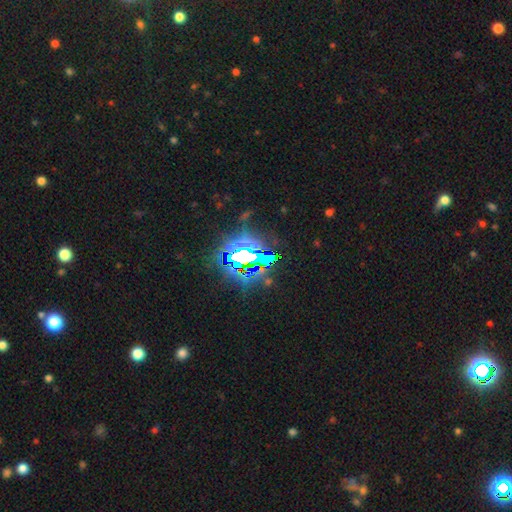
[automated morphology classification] Q: Smooth or featured?
A: star or artifact (78%); runner-up: featured or disk (11%)